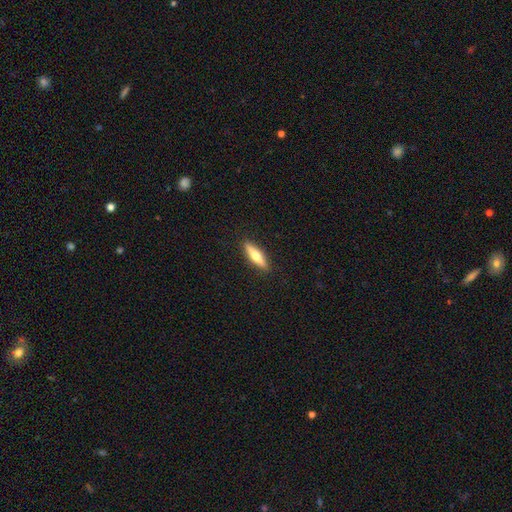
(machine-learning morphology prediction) This is possibly a smooth galaxy (53%). How rounded: likely cigar-shaped (74%). Merging: clearly none (90%).